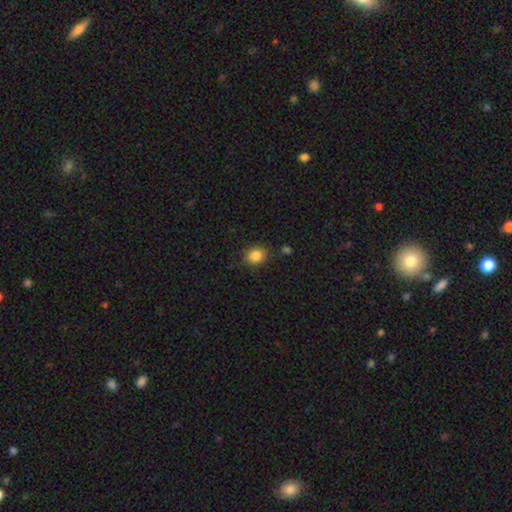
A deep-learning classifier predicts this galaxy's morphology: Q: Smooth or featured?
A: smooth (85%); runner-up: star or artifact (9%)
Q: How rounded?
A: in between (51%); runner-up: round (48%)
Q: Merging?
A: none (79%); runner-up: minor disturbance (15%)